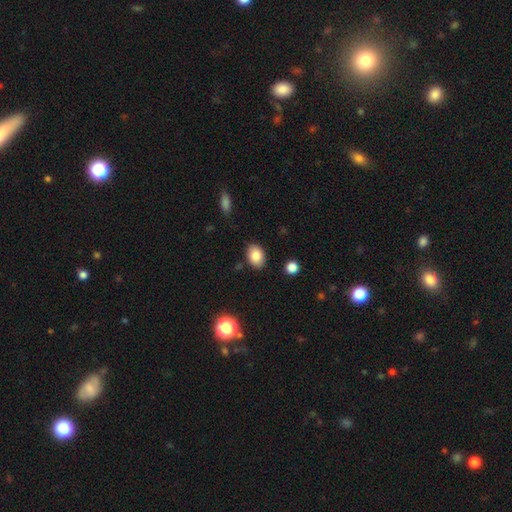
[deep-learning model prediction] A smooth galaxy with no disk features (85%) that is in between round and cigar-shaped (81%). Merging: none (83%).